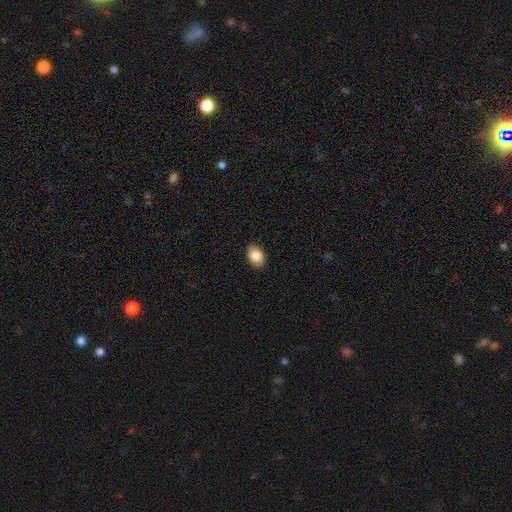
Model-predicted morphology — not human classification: Smooth or featured? Predicted: smooth (p=0.86). How rounded? Predicted: in between (p=0.85). Merging? Predicted: none (p=0.87).